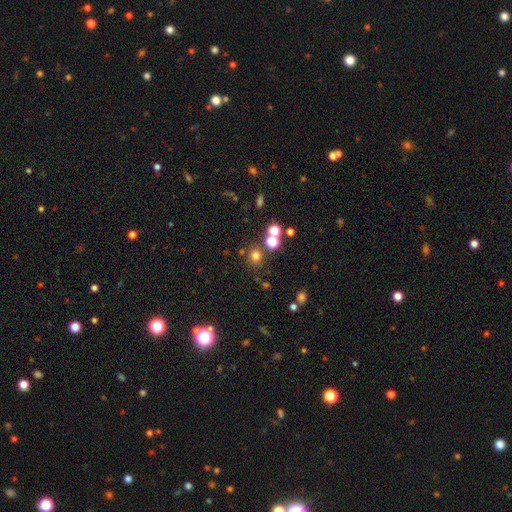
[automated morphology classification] Smooth or featured: smooth — 70% (star or artifact — 22%)
How rounded: round — 89% (in between — 10%)
Merging: none — 77% (merger — 11%)